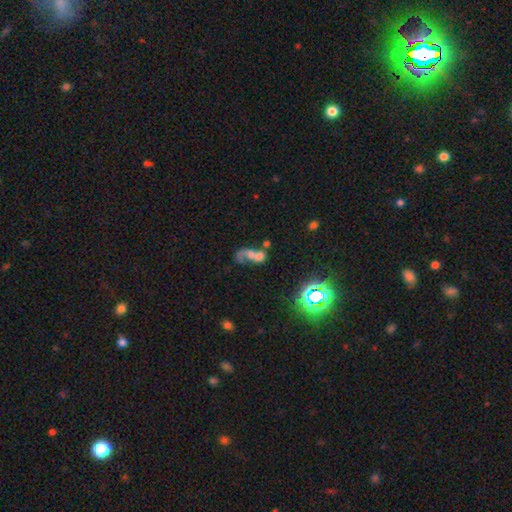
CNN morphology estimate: Smooth or featured? Predicted: smooth (p=0.40, tied with featured or disk). Merging? Predicted: merger (p=0.59).